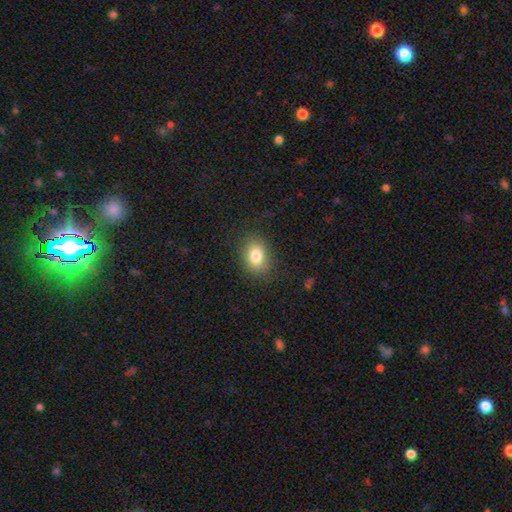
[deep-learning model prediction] A smooth galaxy with no disk features (81%) that is in between round and cigar-shaped (70%). Merging: none (83%).